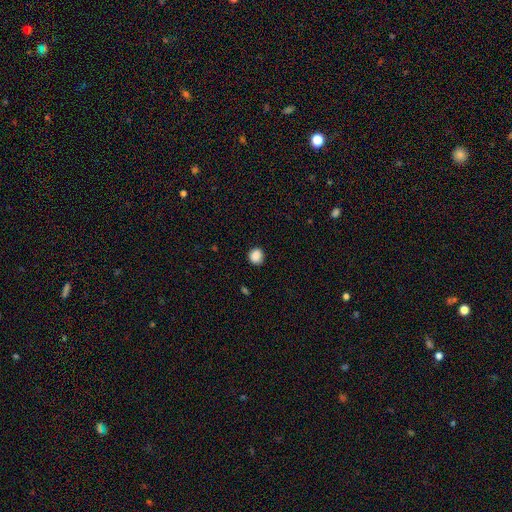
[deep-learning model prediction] Q: Smooth or featured?
A: smooth (88%); runner-up: star or artifact (9%)
Q: How rounded?
A: round (85%); runner-up: in between (14%)
Q: Merging?
A: none (89%); runner-up: minor disturbance (8%)